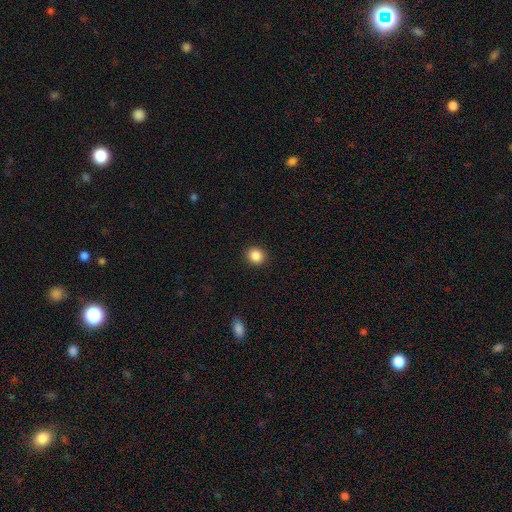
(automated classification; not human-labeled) smooth_or_featured: smooth (p=0.87) [alt: star or artifact p=0.10]
how_rounded: round (p=0.84) [alt: in between p=0.15]
merging: none (p=0.92) [alt: minor disturbance p=0.05]